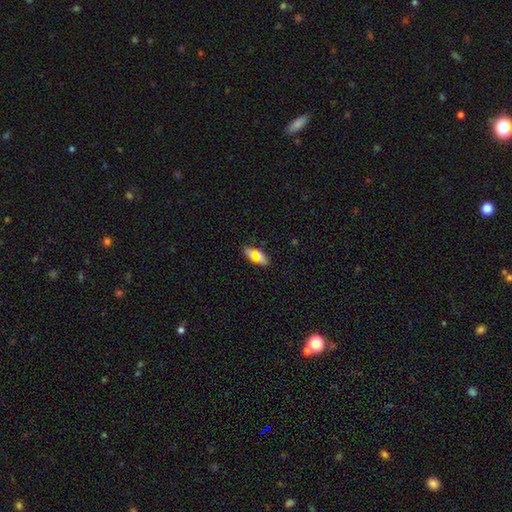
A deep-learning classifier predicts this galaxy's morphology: Smooth or featured? smooth (66%)
How rounded? in between (73%)
Merging? none (79%)